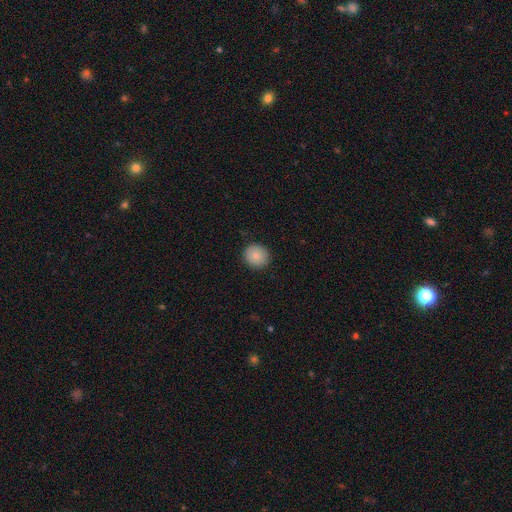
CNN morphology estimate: smooth_or_featured: smooth (p=0.86) [alt: star or artifact p=0.08]
how_rounded: round (p=0.89) [alt: in between p=0.10]
merging: none (p=0.90) [alt: minor disturbance p=0.07]